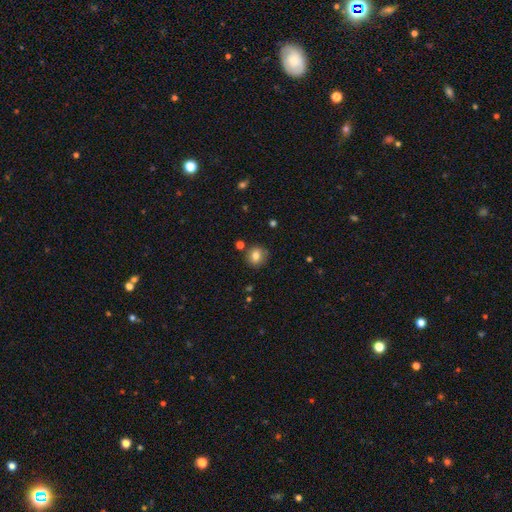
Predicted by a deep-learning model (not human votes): Morphology: type=smooth (80%); roundness=round (82%); merging=none (84%).